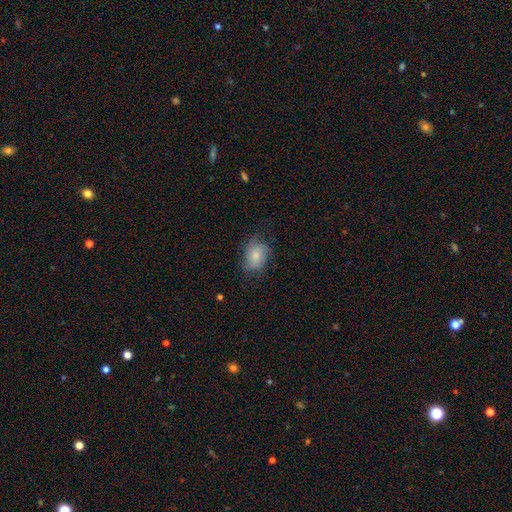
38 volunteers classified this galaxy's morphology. Volunteers were most divided on "smooth or featured": smooth: 63%, featured or disk: 32%, star or artifact: 5%. More confident: merging — none (75%); how rounded — in between (71%).